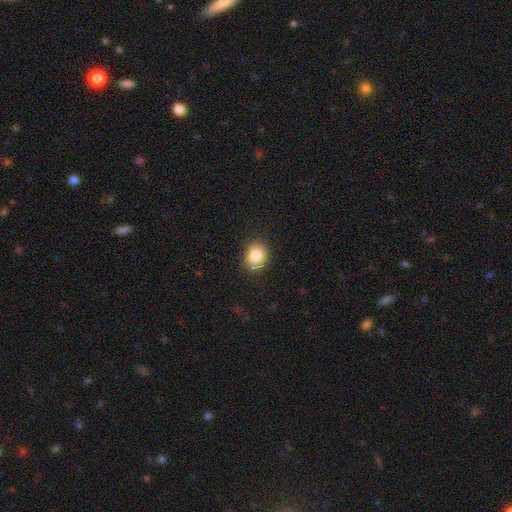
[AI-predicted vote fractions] Q: Smooth or featured?
A: smooth (86%); runner-up: star or artifact (8%)
Q: How rounded?
A: round (54%); runner-up: in between (45%)
Q: Merging?
A: none (86%); runner-up: minor disturbance (10%)